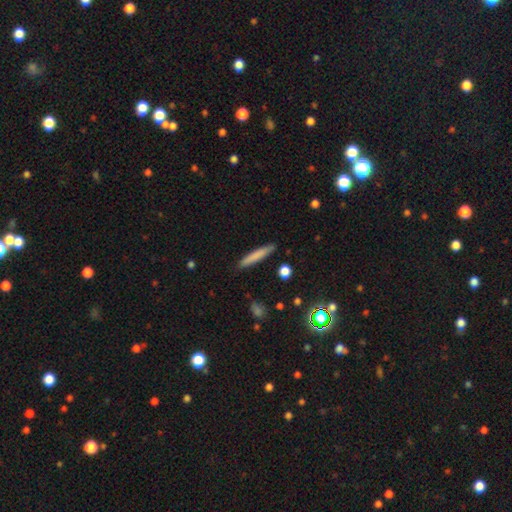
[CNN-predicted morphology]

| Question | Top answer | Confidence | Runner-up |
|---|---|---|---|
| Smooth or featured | smooth | 76% | featured or disk (16%) |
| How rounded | cigar-shaped | 93% | in between (6%) |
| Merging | none | 89% | minor disturbance (8%) |